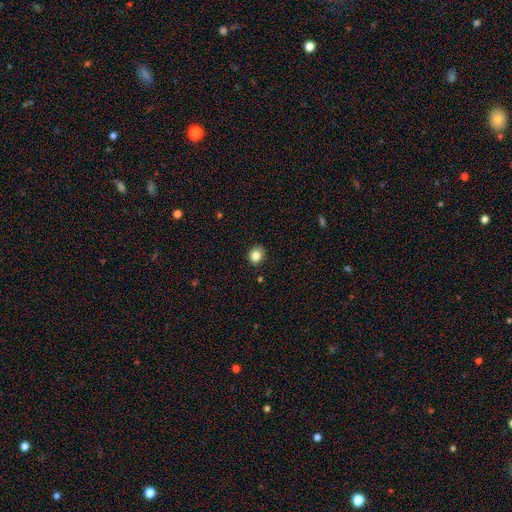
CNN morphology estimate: This appears to be a smooth galaxy with no disk features (85%) that is round (75%). Merging: none (87%).